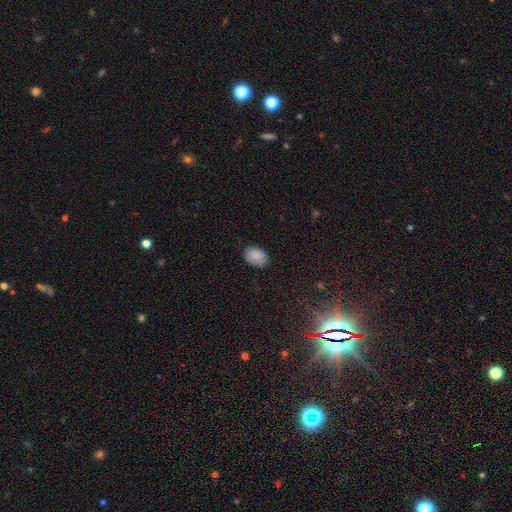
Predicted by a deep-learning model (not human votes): A smooth galaxy with no disk features (87%) that is in between round and cigar-shaped (80%). Merging: none (83%).